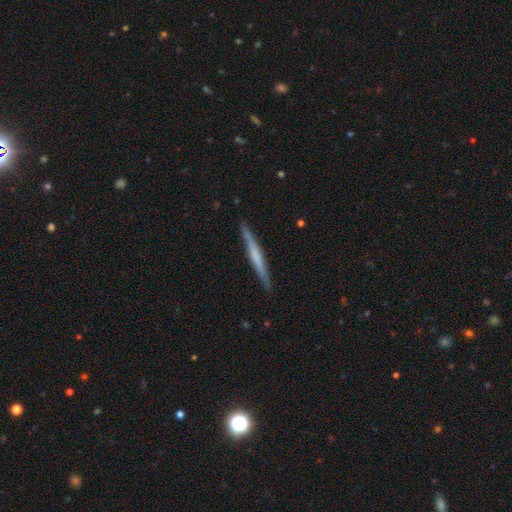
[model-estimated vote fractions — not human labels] Morphology: type=featured or disk (54%); edge-on=yes (97%); edge-on bulge=none (63%); merging=none (90%).